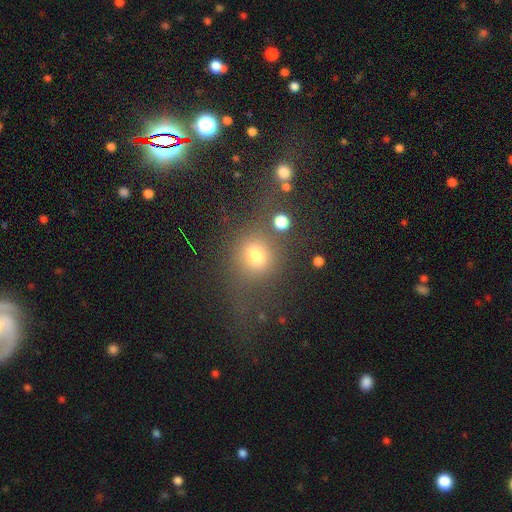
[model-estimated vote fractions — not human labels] The model was most divided on "merging": none: 61%, minor disturbance: 14%, major disturbance: 13%, merger: 12%. More confident: how rounded — round (74%); smooth or featured — smooth (70%).